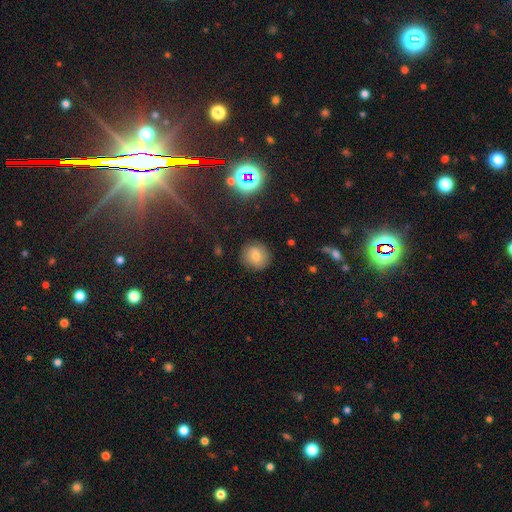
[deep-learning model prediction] This is likely a smooth galaxy (72%). How rounded: clearly round (85%). Merging: clearly none (87%).